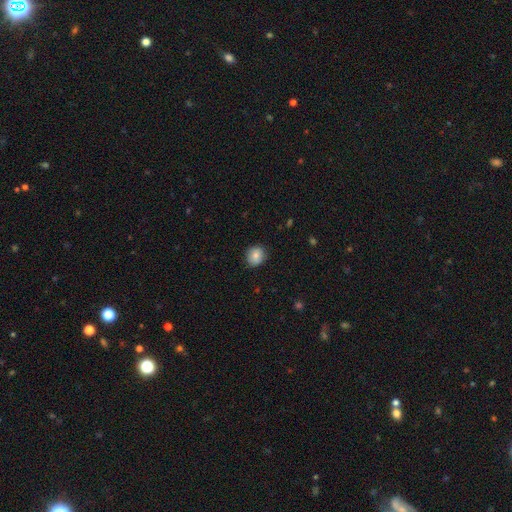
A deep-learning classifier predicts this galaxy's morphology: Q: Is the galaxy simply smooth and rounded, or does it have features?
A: smooth — 81%.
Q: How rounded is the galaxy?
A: round — 80%.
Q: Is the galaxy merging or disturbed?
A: none — 85%.